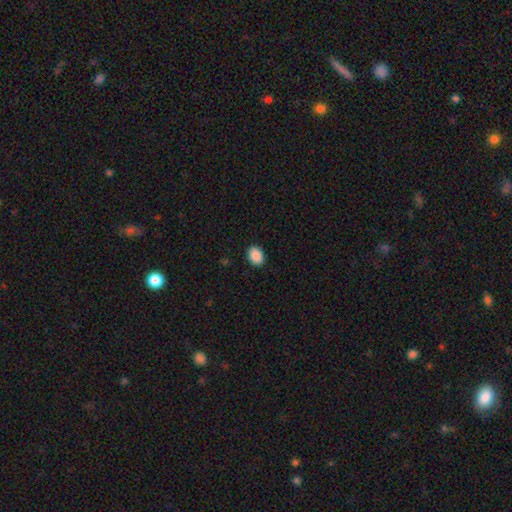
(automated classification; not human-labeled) Q: Smooth or featured?
A: smooth (90%); runner-up: star or artifact (8%)
Q: How rounded?
A: in between (74%); runner-up: round (25%)
Q: Merging?
A: none (90%); runner-up: minor disturbance (7%)